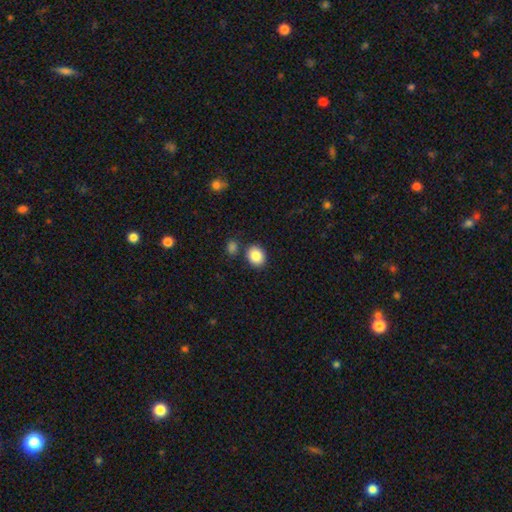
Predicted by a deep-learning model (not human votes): Overall: smooth (86%). How rounded: round (61%; in between 38%). Merging: none (80%).